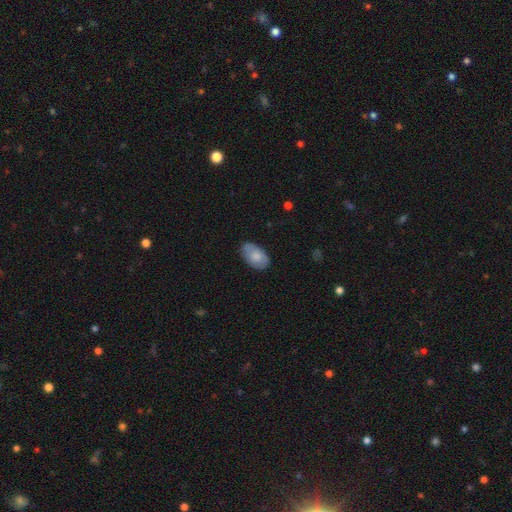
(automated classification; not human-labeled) Smooth or featured: smooth — 76% (featured or disk — 19%)
How rounded: in between — 93% (round — 6%)
Merging: none — 77% (minor disturbance — 18%)